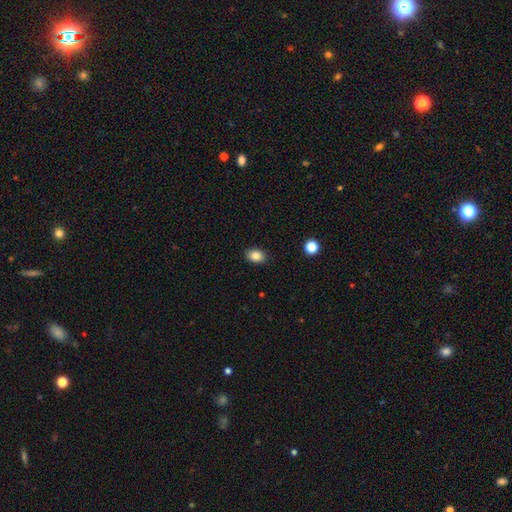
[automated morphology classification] The model was most divided on "how rounded": in between: 76%, round: 23%, cigar-shaped: 1%. More confident: merging — none (88%); smooth or featured — smooth (86%).